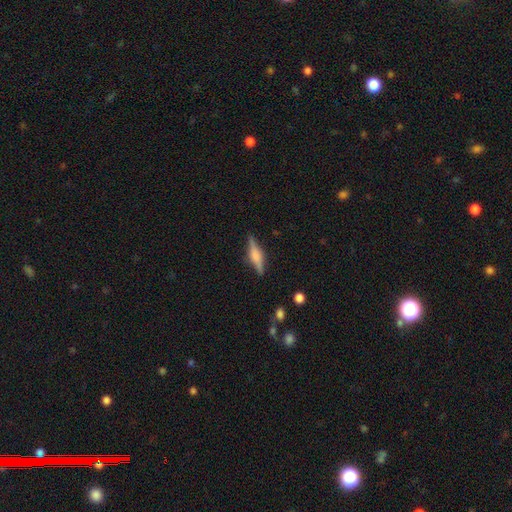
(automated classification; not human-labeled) Smooth or featured: featured or disk — 59% (smooth — 34%)
Edge-on disk: yes — 96% (no — 4%)
Edge-on bulge: rounded — 67% (boxy — 27%)
Merging: none — 85% (minor disturbance — 11%)